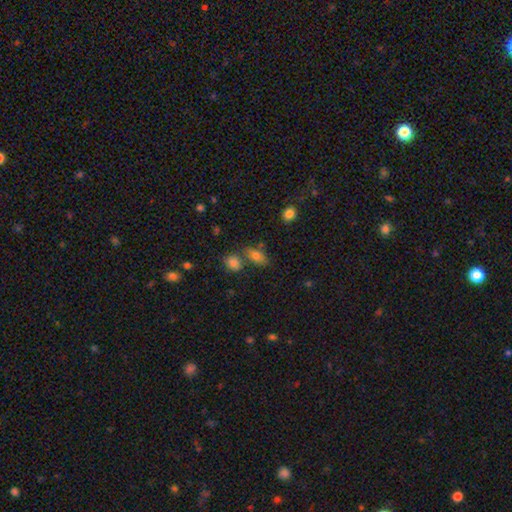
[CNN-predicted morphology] This appears to be a smooth galaxy with no disk features (75%) that is in between round and cigar-shaped (79%). Merging: none (57%).